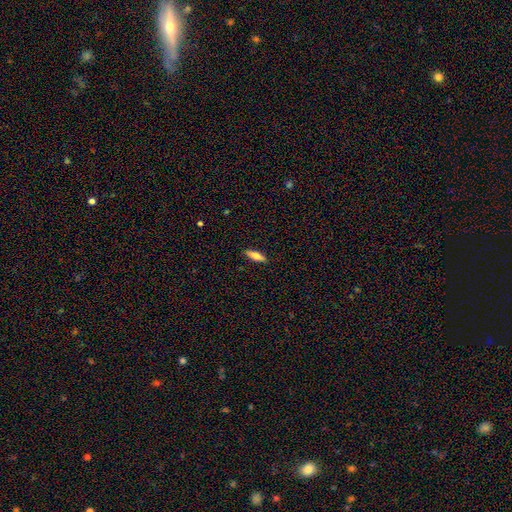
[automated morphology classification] Overall: smooth (68%). How rounded: cigar-shaped (52%; in between 46%). Merging: none (89%).